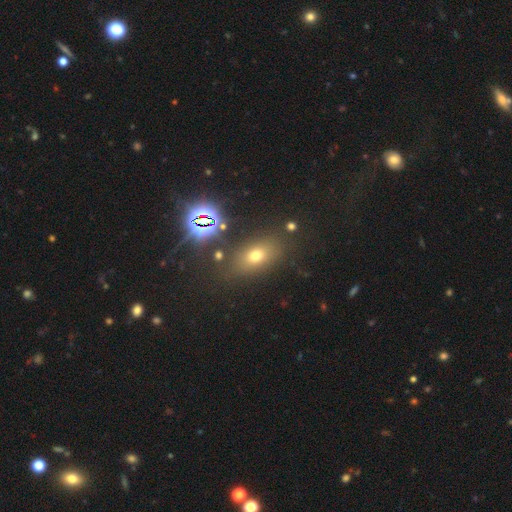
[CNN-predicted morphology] smooth 63%, star or artifact 24%, featured or disk 14%. Down the decision tree: how rounded — in between (74%); merging — none (79%).